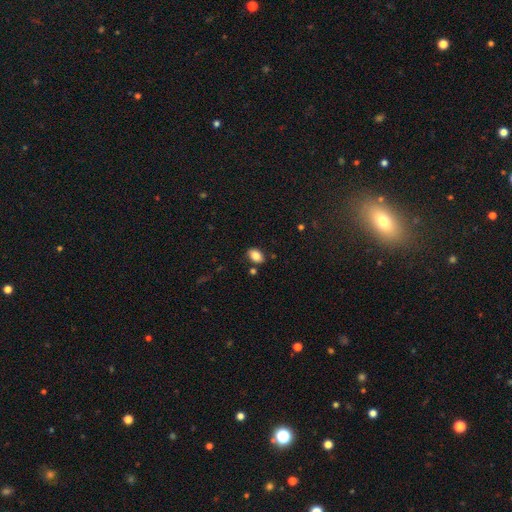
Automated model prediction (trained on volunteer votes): smooth_or_featured: smooth (p=0.86) [alt: star or artifact p=0.09]
how_rounded: in between (p=0.87) [alt: round p=0.11]
merging: none (p=0.83) [alt: minor disturbance p=0.11]